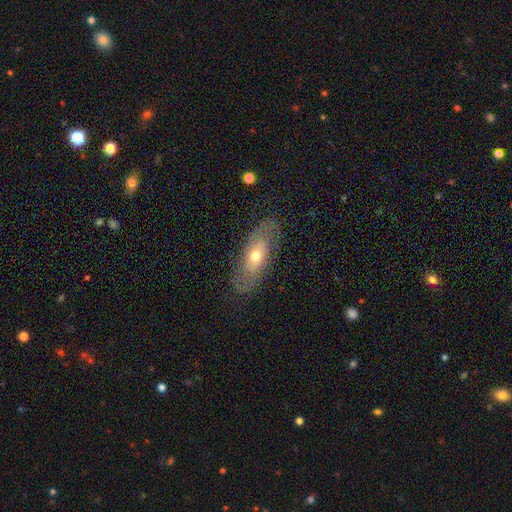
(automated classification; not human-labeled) Morphology: type=featured or disk (59%); edge-on=no (80%); merging=none (73%).